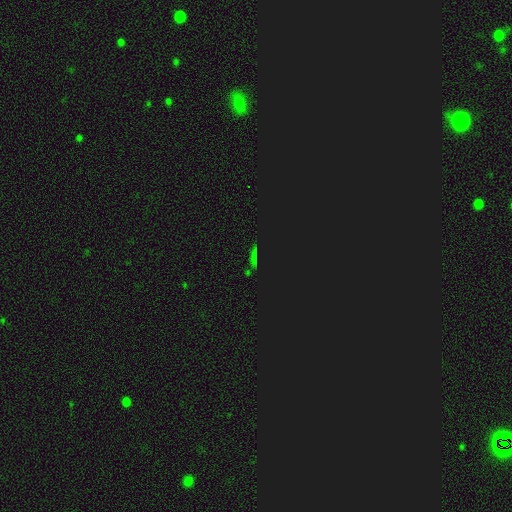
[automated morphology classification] The model was most divided on "smooth or featured": star or artifact: 62%, smooth: 25%, featured or disk: 13%.